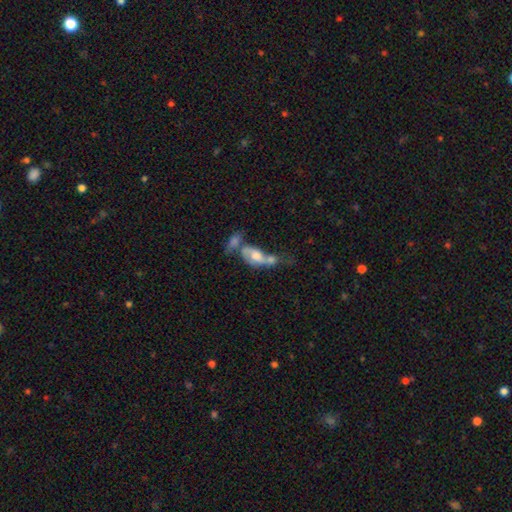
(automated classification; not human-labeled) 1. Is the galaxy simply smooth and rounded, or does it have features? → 45% featured or disk (tied), 45% smooth (tied), 10% star or artifact.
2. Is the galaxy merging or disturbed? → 66% merger, 13% major disturbance, 12% none, 8% minor disturbance.